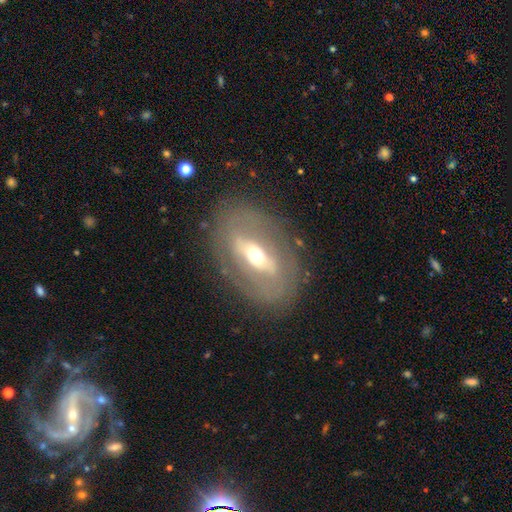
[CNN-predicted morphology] This appears to be a featured or disk galaxy (71%) with a strong bar (53%), no spiral arms (63%) and a moderate central bulge (67%). Merging: none (79%).